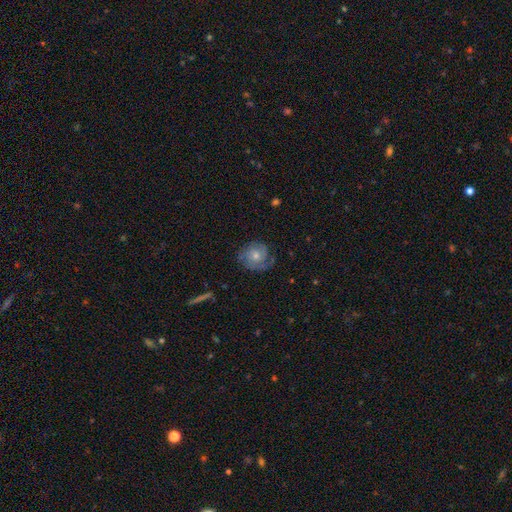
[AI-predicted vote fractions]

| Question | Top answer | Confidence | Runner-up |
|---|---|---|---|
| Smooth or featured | featured or disk | 65% | smooth (27%) |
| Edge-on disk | no | 97% | yes (3%) |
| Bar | no | 79% | weak (18%) |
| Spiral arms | yes | 90% | no (10%) |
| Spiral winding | tight | 56% | medium (31%) |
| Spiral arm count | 2 | 40% | can't tell (24%) |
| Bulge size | moderate | 48% | small (46%) |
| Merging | none | 70% | minor disturbance (19%) |